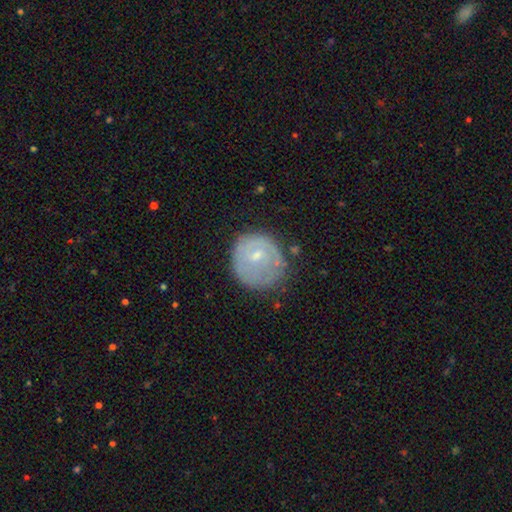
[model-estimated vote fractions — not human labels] featured or disk 47%, smooth 45%, star or artifact 7%. Down the decision tree: merging — none (64%).